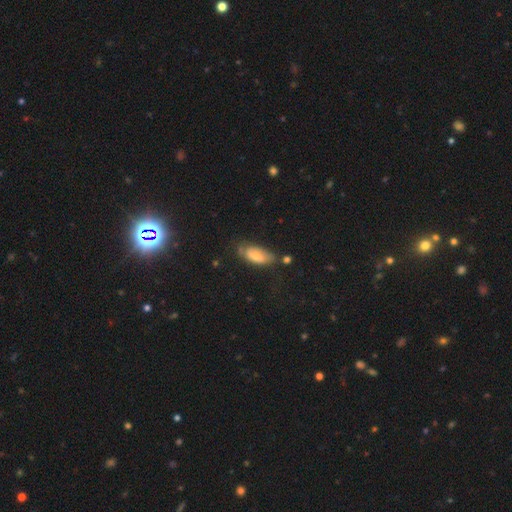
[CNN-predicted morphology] smooth-or-featured: smooth: 60% | featured or disk: 29% | star or artifact: 11%
  how-rounded: in between: 82% | cigar-shaped: 15% | round: 3%
  merging: none: 58% | minor disturbance: 28% | major disturbance: 9% | merger: 5%